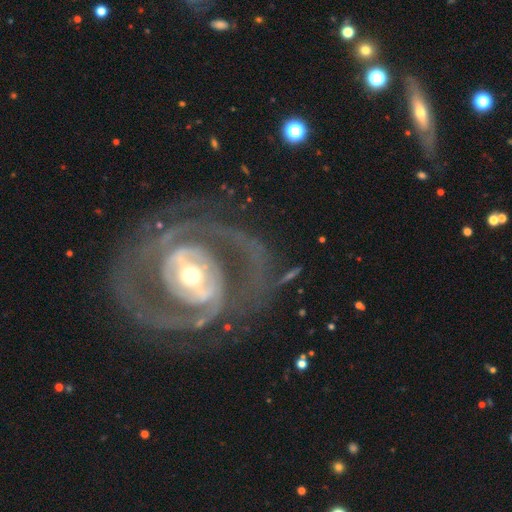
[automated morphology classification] Smooth or featured? Predicted: featured or disk (p=0.88). Edge-on disk? Predicted: no (p=0.96). Bar? Predicted: strong (p=0.38). Spiral arms? Predicted: yes (p=0.91). Spiral winding? Predicted: tight (p=0.50). Spiral arm count? Predicted: 2 (p=0.64). Bulge size? Predicted: moderate (p=0.57). Merging? Predicted: none (p=0.71).